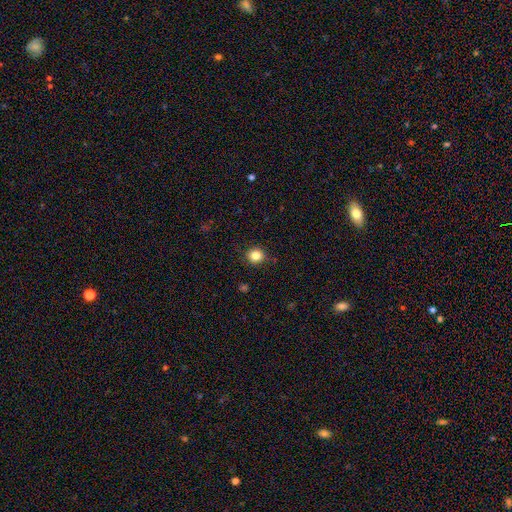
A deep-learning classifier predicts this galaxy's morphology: Smooth or featured?
  - smooth: 84% *
  - star or artifact: 11%
  - featured or disk: 5%
How rounded?
  - round: 86% *
  - in between: 13%
  - cigar-shaped: 1%
Merging?
  - none: 89% *
  - minor disturbance: 8%
  - major disturbance: 2%
  - merger: 1%